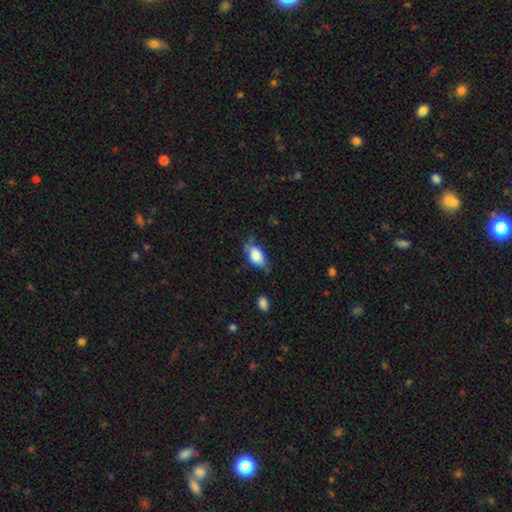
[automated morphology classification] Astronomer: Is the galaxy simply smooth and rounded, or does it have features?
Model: smooth — 72%.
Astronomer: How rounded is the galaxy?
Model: in between — 88%.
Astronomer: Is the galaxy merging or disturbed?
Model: none — 51% (runner-up: minor disturbance, 33%).